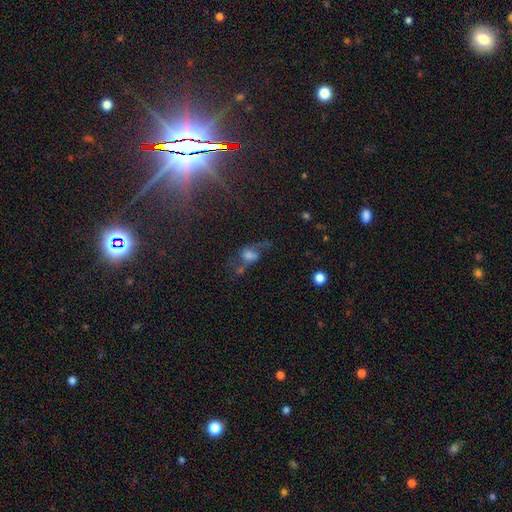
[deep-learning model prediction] Q: Smooth or featured?
A: star or artifact (54%); runner-up: featured or disk (28%)